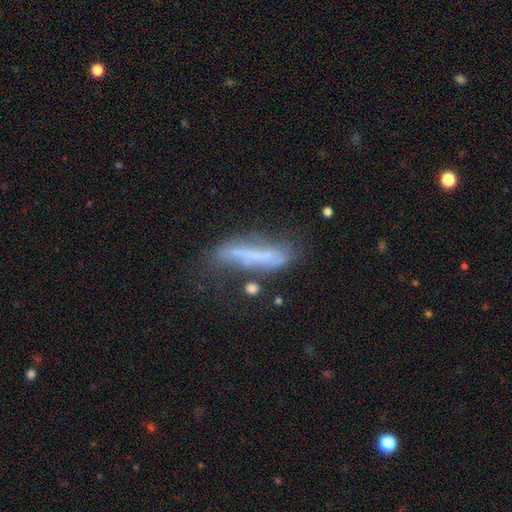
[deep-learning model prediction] A featured or disk galaxy (45%). Merging: none (46%).